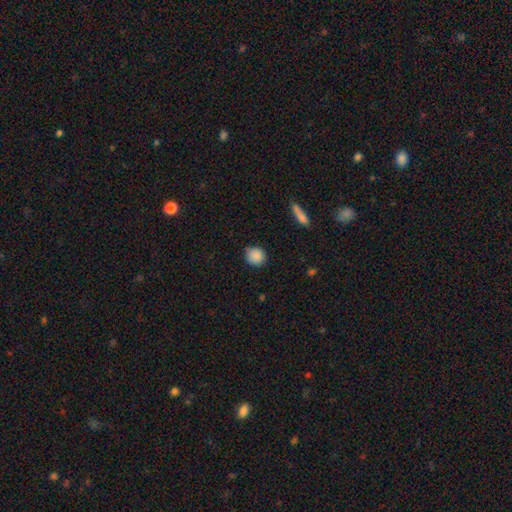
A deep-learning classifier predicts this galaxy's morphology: Smooth or featured? Predicted: smooth (p=0.87). How rounded? Predicted: round (p=0.88). Merging? Predicted: none (p=0.83).